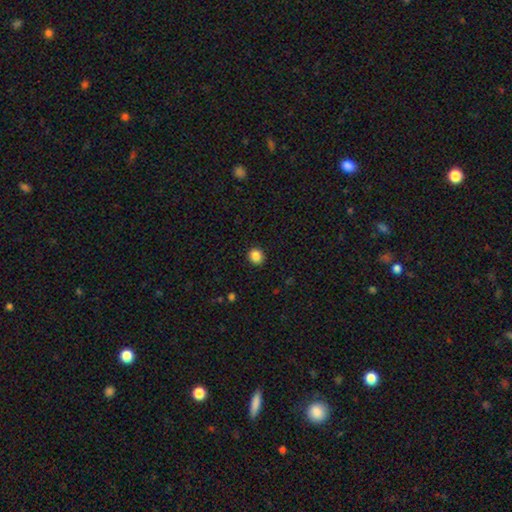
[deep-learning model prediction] smooth_or_featured: smooth (p=0.86) [alt: star or artifact p=0.10]
how_rounded: round (p=0.74) [alt: in between p=0.25]
merging: none (p=0.91) [alt: minor disturbance p=0.06]